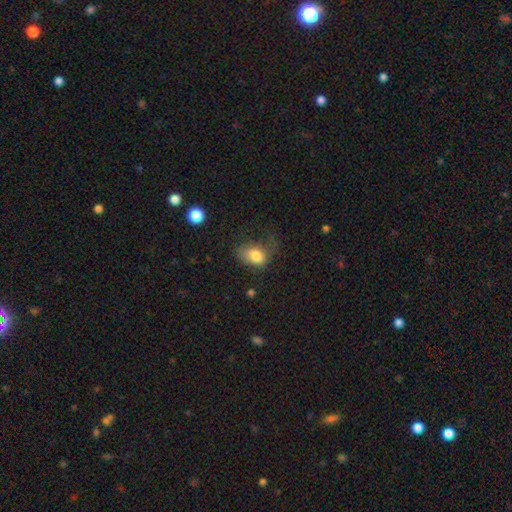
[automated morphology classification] Smooth or featured? smooth (79%)
How rounded? in between (79%)
Merging? none (37%)